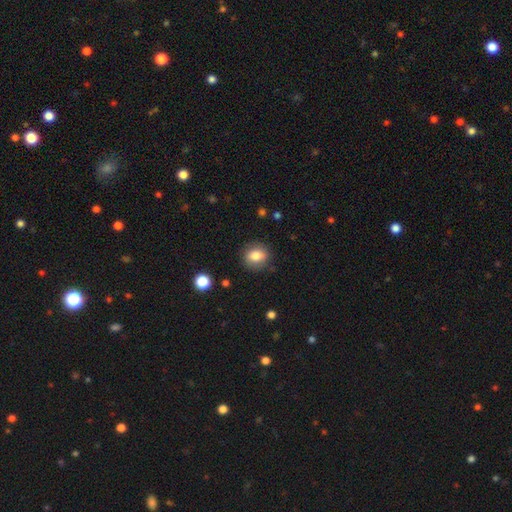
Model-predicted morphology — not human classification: type=smooth (80%); roundness=round (63%); merging=none (84%).